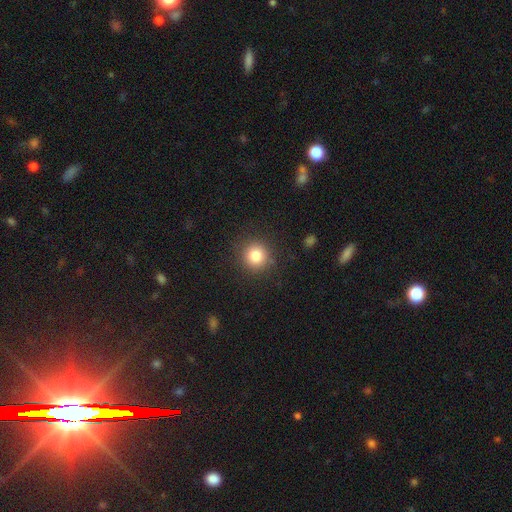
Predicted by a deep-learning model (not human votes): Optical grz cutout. It shows a smooth galaxy with no disk features (82%) that is round (93%). Merging: none (89%).